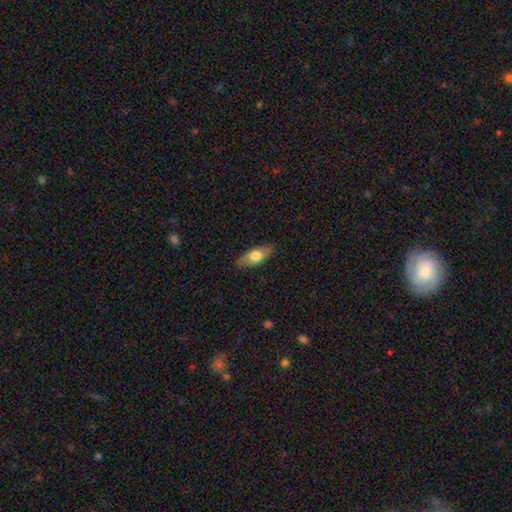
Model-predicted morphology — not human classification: Overall: smooth (67%; featured or disk 27%). How rounded: in between (78%). Merging: none (85%).